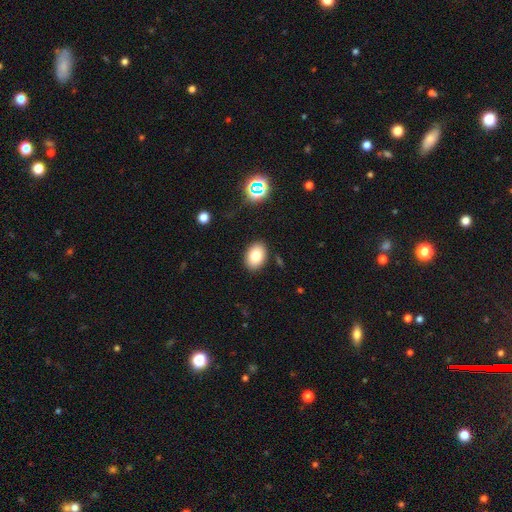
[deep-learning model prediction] Smooth or featured: smooth — 80% (star or artifact — 10%)
How rounded: in between — 82% (round — 17%)
Merging: none — 87% (minor disturbance — 9%)